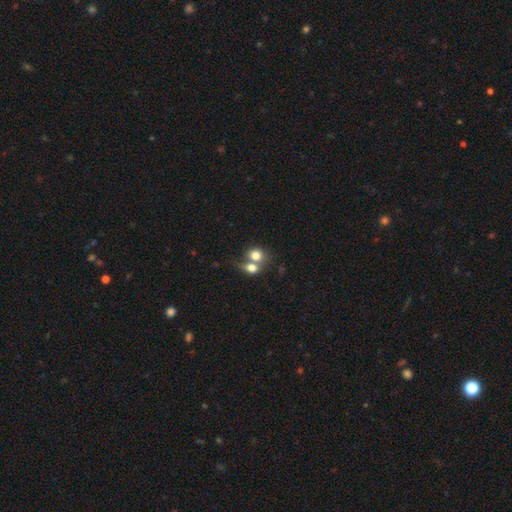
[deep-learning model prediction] smooth_or_featured: smooth (p=0.76) [alt: featured or disk p=0.14]
how_rounded: round (p=0.64) [alt: in between p=0.35]
merging: merger (p=0.62) [alt: none p=0.26]